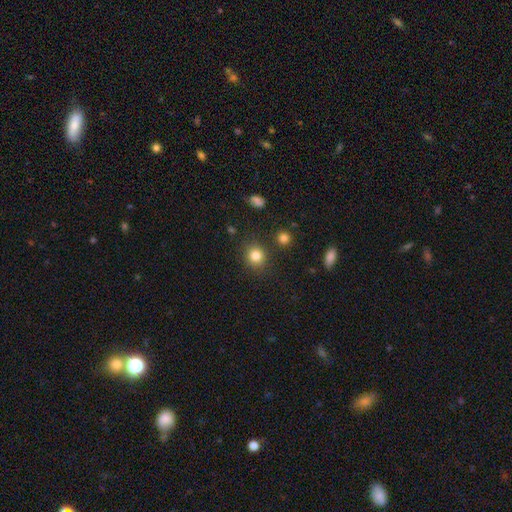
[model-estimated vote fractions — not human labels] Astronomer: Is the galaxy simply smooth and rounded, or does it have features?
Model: smooth — 83%.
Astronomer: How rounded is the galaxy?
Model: round — 78%.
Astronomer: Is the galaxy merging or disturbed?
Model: none — 84%.